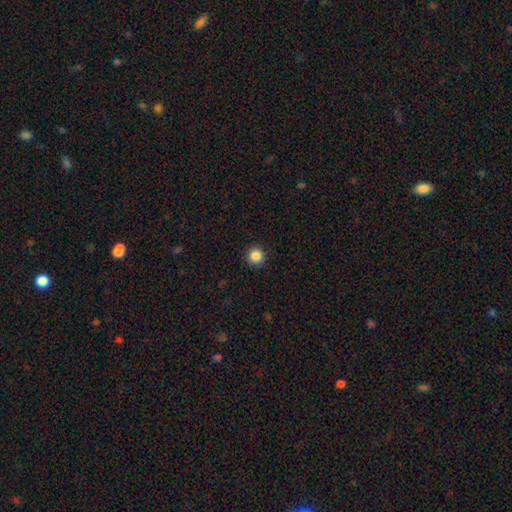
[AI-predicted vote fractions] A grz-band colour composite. It shows a smooth galaxy with no disk features (86%) that is round (95%). Merging: none (92%).